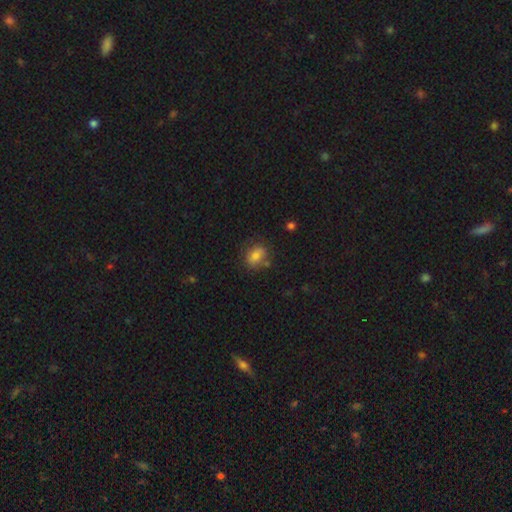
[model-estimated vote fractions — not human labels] Smooth or featured? Predicted: smooth (p=0.76). How rounded? Predicted: in between (p=0.54). Merging? Predicted: none (p=0.69).